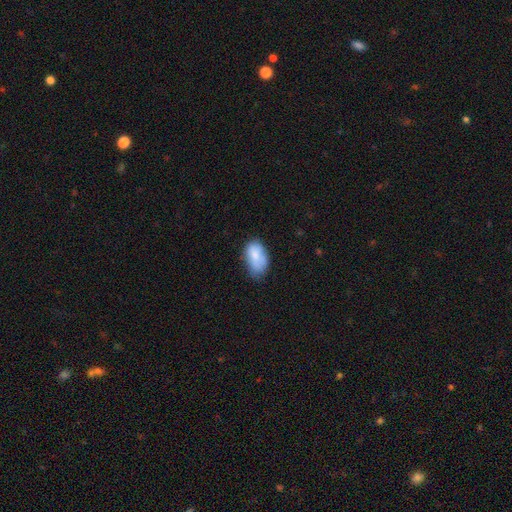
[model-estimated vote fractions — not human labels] Morphology: type=smooth (80%); roundness=in between (93%); merging=none (51%).